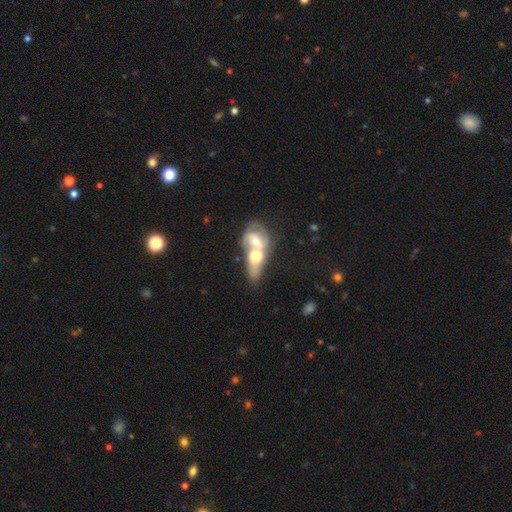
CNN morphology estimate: Smooth or featured? Predicted: featured or disk (p=0.49). Merging? Predicted: merger (p=0.81).